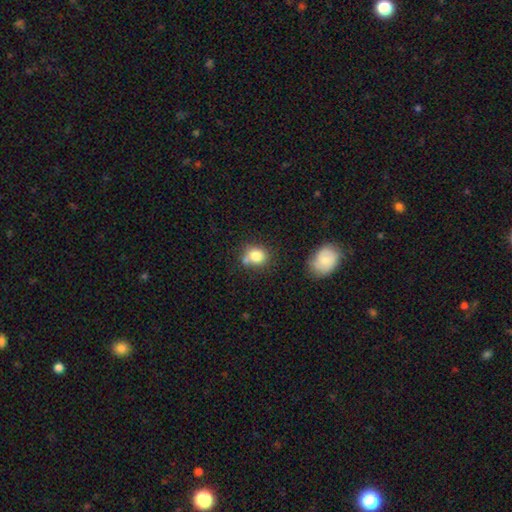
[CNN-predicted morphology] smooth 82%, star or artifact 9%, featured or disk 9%. Down the decision tree: how rounded — round (68%); merging — none (56%).